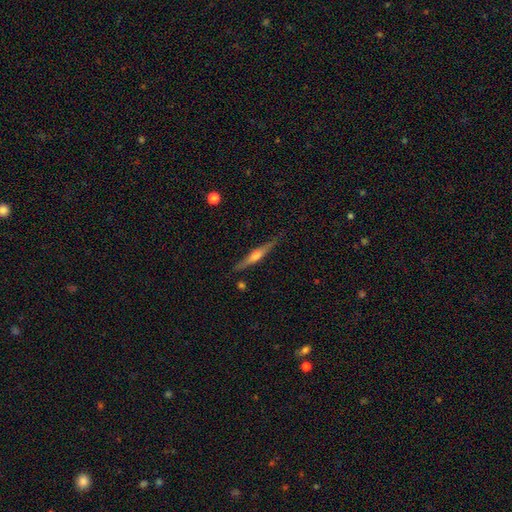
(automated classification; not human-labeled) Smooth or featured? Predicted: featured or disk (p=0.73). Edge-on disk? Predicted: yes (p=0.98). Edge-on bulge? Predicted: rounded (p=0.86). Merging? Predicted: none (p=0.88).